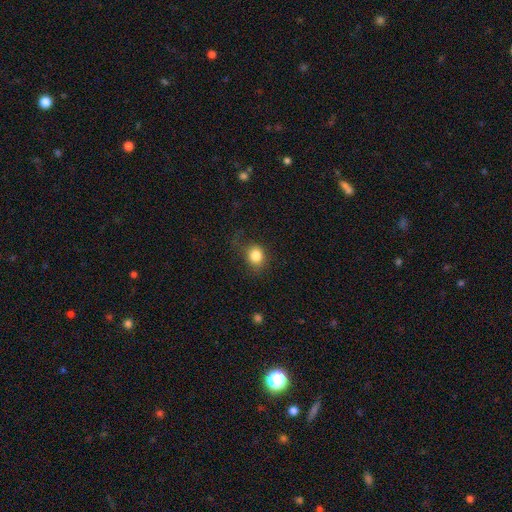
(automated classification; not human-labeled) Morphology: type=smooth (83%); roundness=round (65%); merging=none (65%).